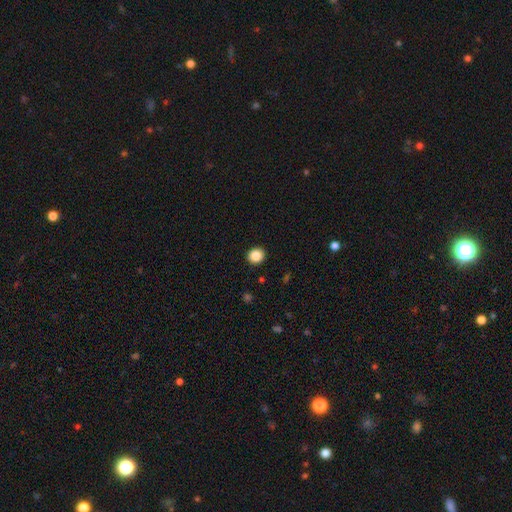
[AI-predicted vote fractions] smooth 86%, star or artifact 10%, featured or disk 4%. Down the decision tree: how rounded — round (84%); merging — none (93%).